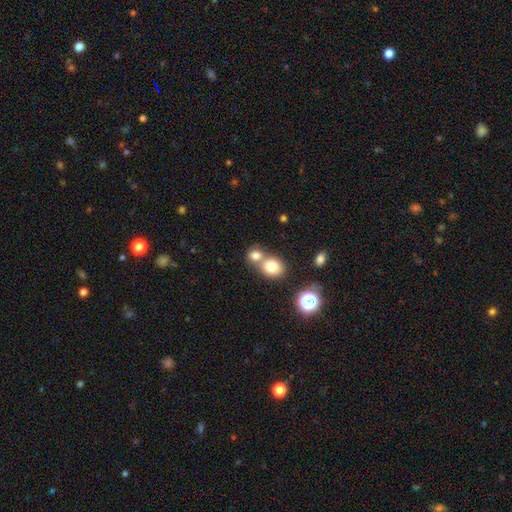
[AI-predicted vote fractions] Smooth or featured: smooth — 78% (star or artifact — 13%)
How rounded: round — 70% (in between — 28%)
Merging: merger — 50% (none — 40%)